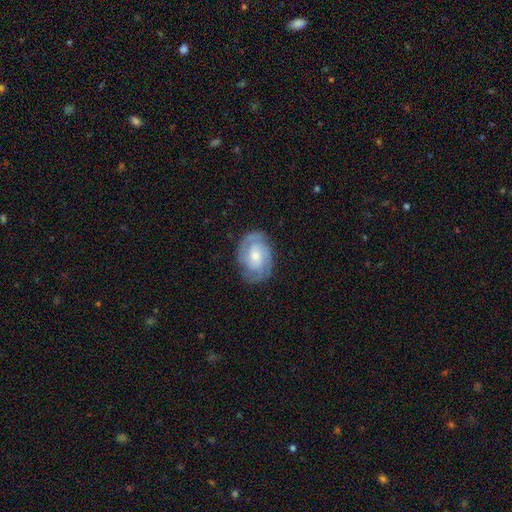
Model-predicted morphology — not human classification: smooth_or_featured: featured or disk (p=0.78) [alt: smooth p=0.16]
disk_edge_on: no (p=0.97) [alt: yes p=0.03]
bar: no (p=0.59) [alt: weak p=0.35]
has_spiral_arms: yes (p=0.94) [alt: no p=0.06]
spiral_winding: tight (p=0.56) [alt: medium p=0.37]
spiral_arm_count: 2 (p=0.56) [alt: 3 p=0.18]
bulge_size: moderate (p=0.46) [alt: small p=0.42]
merging: none (p=0.78) [alt: minor disturbance p=0.16]